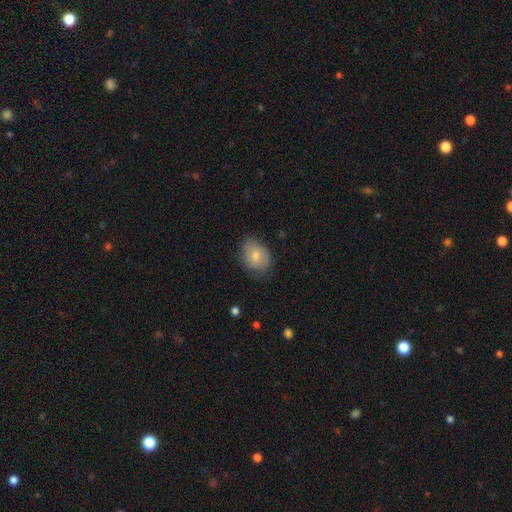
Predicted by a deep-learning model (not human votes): smooth 73%, featured or disk 19%, star or artifact 7%. Down the decision tree: how rounded — in between (67%); merging — none (72%).